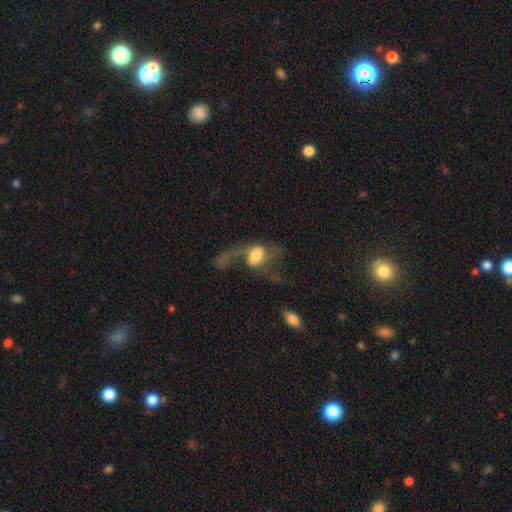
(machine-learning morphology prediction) Overall: featured or disk (57%; smooth 35%). Edge-on disk: no (94%). Bar: no (55%; weak 34%). Spiral arms: yes (74%). Bulge size: moderate (38%; large 33%). Merging: major disturbance (56%; none 24%).